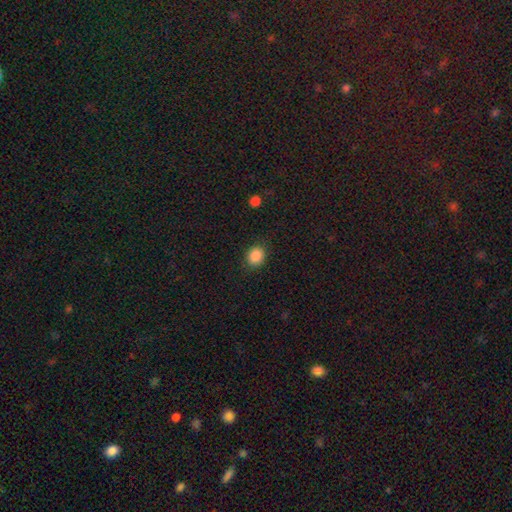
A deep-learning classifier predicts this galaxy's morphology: Smooth or featured?
  - smooth: 88% *
  - star or artifact: 9%
  - featured or disk: 3%
How rounded?
  - round: 60% *
  - in between: 39%
  - cigar-shaped: 1%
Merging?
  - none: 86% *
  - minor disturbance: 9%
  - major disturbance: 3%
  - merger: 1%